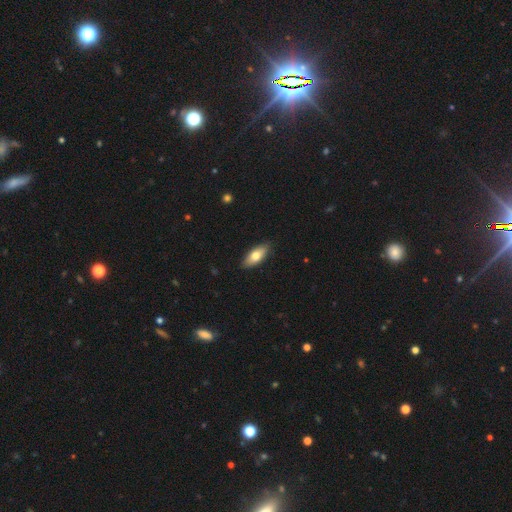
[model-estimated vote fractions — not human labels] The model was most divided on "smooth or featured": smooth: 73%, featured or disk: 22%, star or artifact: 6%. More confident: merging — none (88%); how rounded — in between (80%).